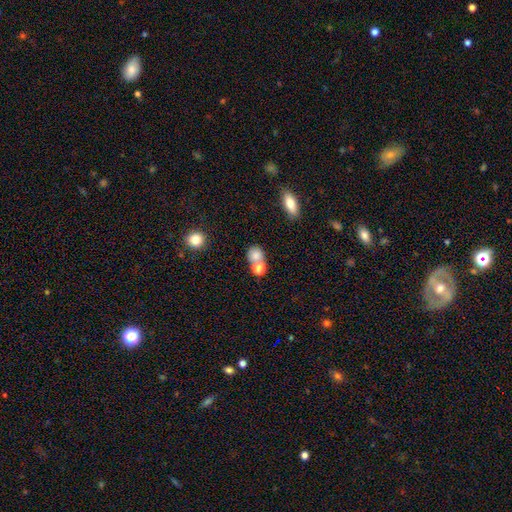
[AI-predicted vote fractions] Smooth or featured?
  - smooth: 80% *
  - star or artifact: 11%
  - featured or disk: 9%
How rounded?
  - round: 74% *
  - in between: 24%
  - cigar-shaped: 1%
Merging?
  - none: 46% *
  - merger: 40%
  - minor disturbance: 10%
  - major disturbance: 5%